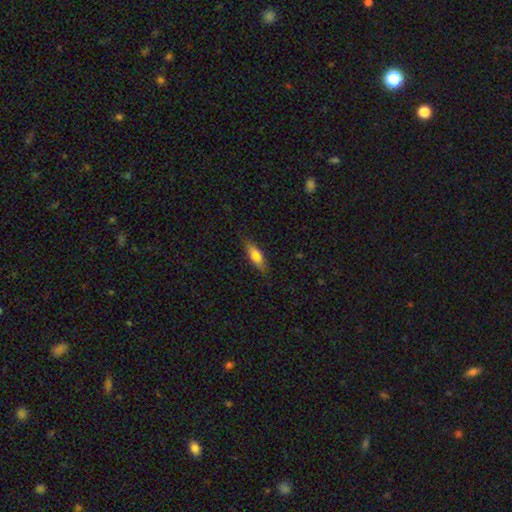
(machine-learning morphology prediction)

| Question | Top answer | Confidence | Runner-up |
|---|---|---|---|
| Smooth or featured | smooth | 74% | featured or disk (19%) |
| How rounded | in between | 57% | cigar-shaped (41%) |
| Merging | none | 81% | minor disturbance (15%) |